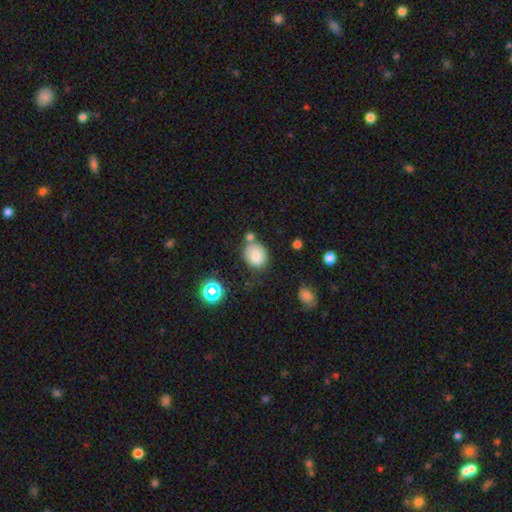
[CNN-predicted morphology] Smooth or featured: smooth — 80% (star or artifact — 11%)
How rounded: in between — 52% (round — 47%)
Merging: none — 57% (minor disturbance — 19%)